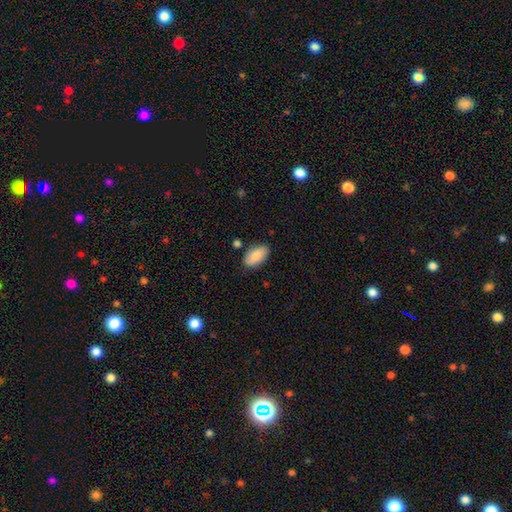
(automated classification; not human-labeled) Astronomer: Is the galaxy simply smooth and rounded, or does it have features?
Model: smooth — 85%.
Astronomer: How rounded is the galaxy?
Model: in between — 94%.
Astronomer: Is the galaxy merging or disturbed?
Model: none — 80%.